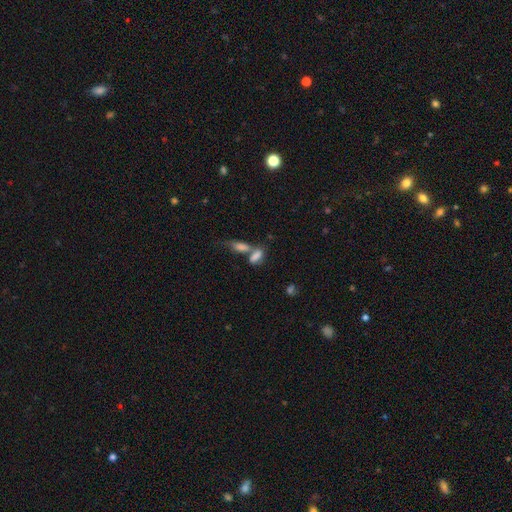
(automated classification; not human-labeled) smooth 77%, featured or disk 13%, star or artifact 10%. Down the decision tree: how rounded — in between (77%); merging — merger (60%).